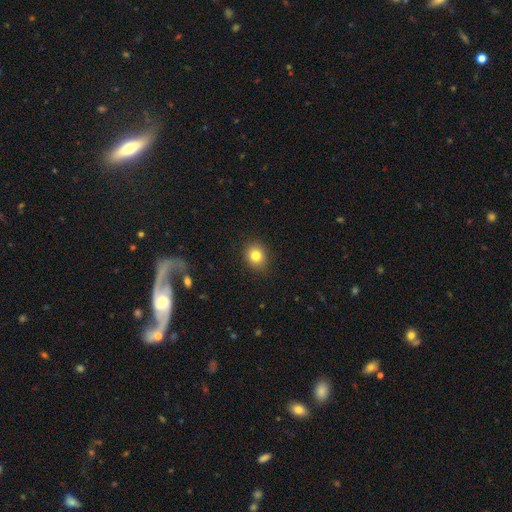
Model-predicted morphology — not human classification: Smooth or featured: smooth — 82% (star or artifact — 11%)
How rounded: round — 71% (in between — 28%)
Merging: none — 89% (minor disturbance — 8%)